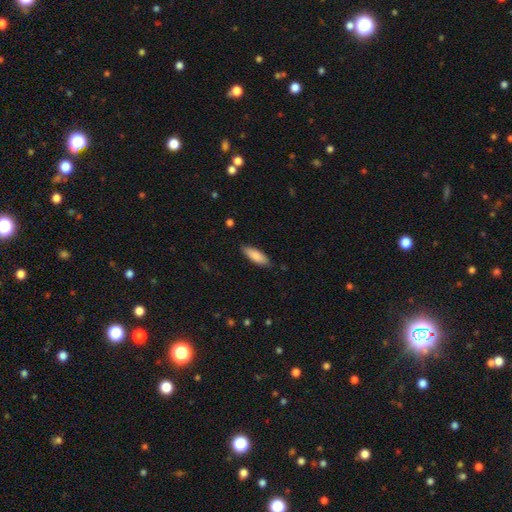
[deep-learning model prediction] Smooth or featured? smooth (86%)
How rounded? in between (63%)
Merging? none (85%)